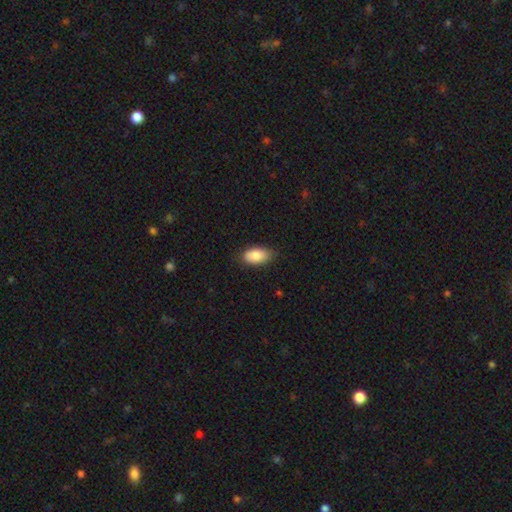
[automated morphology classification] A smooth galaxy with no disk features (85%) that is in between round and cigar-shaped (93%). Merging: none (78%).